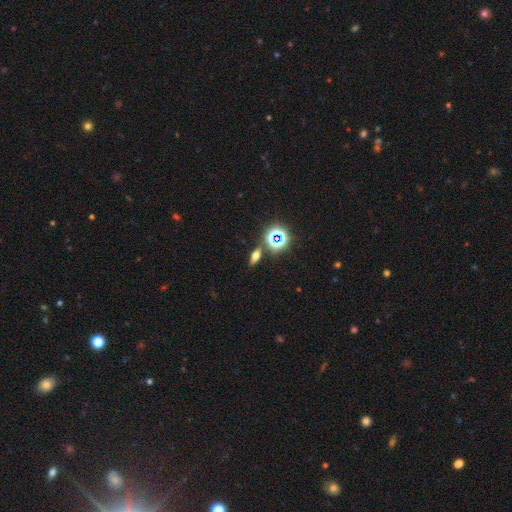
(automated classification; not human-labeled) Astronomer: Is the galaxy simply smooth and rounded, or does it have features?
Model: smooth — 47% (runner-up: featured or disk, 27%).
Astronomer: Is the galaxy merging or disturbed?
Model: none — 83%.